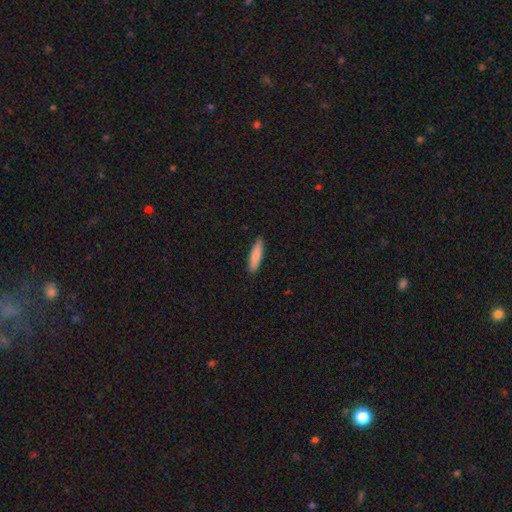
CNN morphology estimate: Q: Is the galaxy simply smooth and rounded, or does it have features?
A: smooth — 85%.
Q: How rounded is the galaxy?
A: cigar-shaped — 78%.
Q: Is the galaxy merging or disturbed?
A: none — 89%.